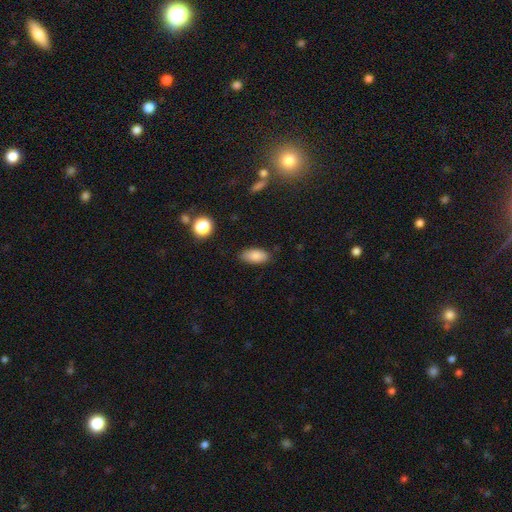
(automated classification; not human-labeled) Smooth or featured: smooth — 85% (star or artifact — 8%)
How rounded: in between — 91% (cigar-shaped — 5%)
Merging: none — 84% (minor disturbance — 12%)